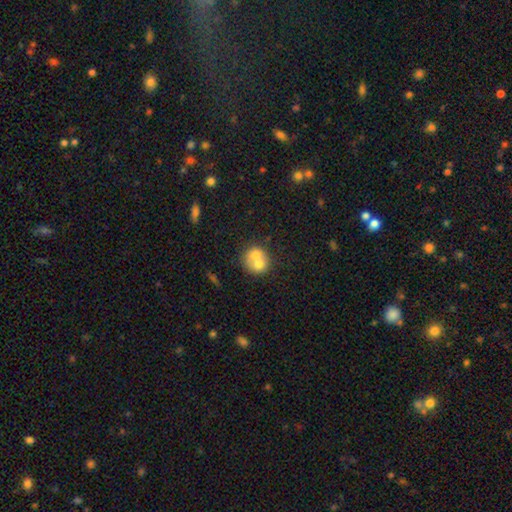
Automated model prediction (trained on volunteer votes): Smooth or featured? Predicted: smooth (p=0.63). How rounded? Predicted: round (p=0.76). Merging? Predicted: merger (p=0.68).